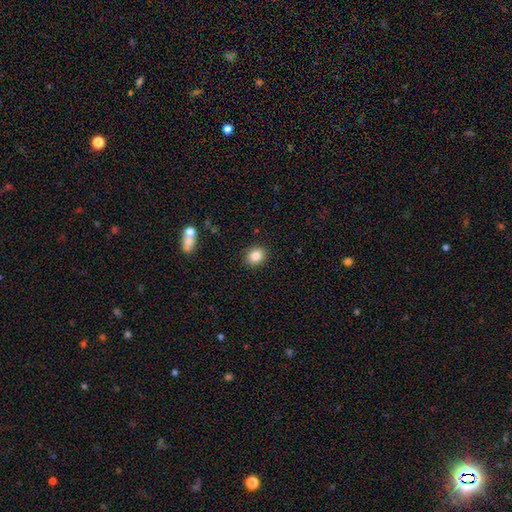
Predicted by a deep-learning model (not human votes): Smooth or featured?
  - smooth: 84% *
  - star or artifact: 10%
  - featured or disk: 6%
How rounded?
  - round: 65% *
  - in between: 34%
  - cigar-shaped: 1%
Merging?
  - none: 90% *
  - minor disturbance: 7%
  - major disturbance: 2%
  - merger: 1%